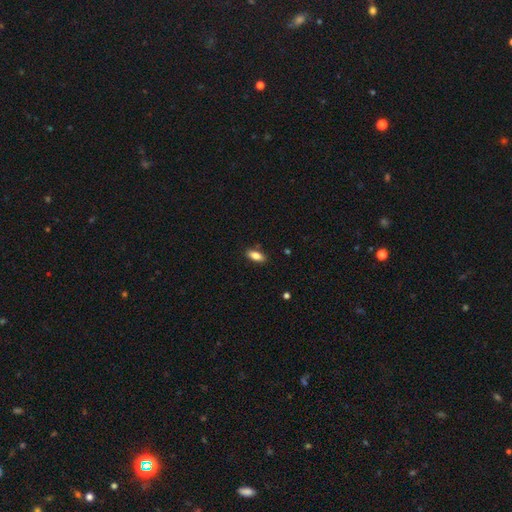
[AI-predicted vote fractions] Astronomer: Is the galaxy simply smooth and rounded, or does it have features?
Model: smooth — 83%.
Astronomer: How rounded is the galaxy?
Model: in between — 85%.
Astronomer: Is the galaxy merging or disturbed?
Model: none — 87%.